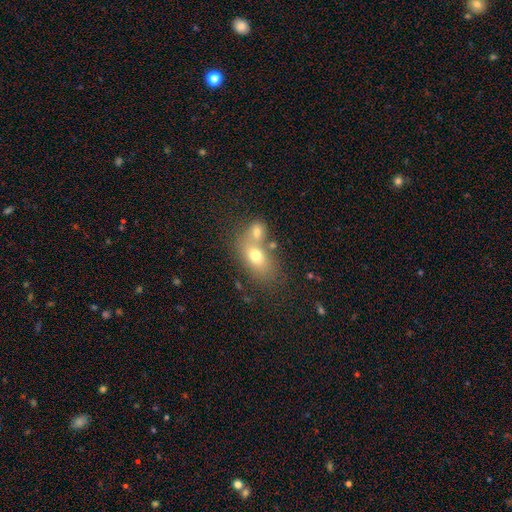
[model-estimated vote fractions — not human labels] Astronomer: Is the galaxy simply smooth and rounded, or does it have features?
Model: smooth — 69%.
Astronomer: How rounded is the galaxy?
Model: in between — 79%.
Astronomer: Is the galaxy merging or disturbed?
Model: merger — 49% (runner-up: none, 36%).